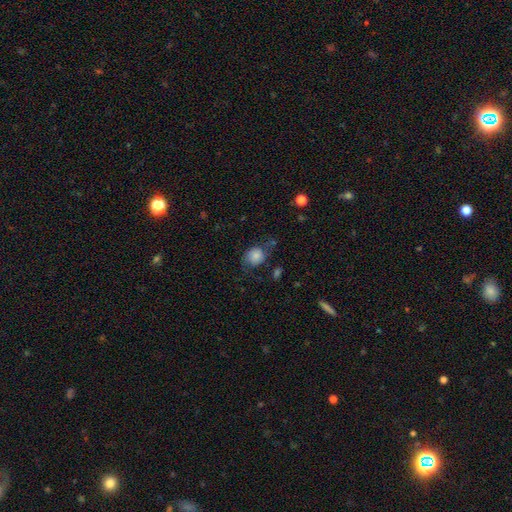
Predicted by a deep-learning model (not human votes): smooth-or-featured: smooth: 67% | featured or disk: 23% | star or artifact: 10%
  how-rounded: round: 64% | in between: 35% | cigar-shaped: 1%
  merging: none: 53% | minor disturbance: 27% | major disturbance: 16% | merger: 3%